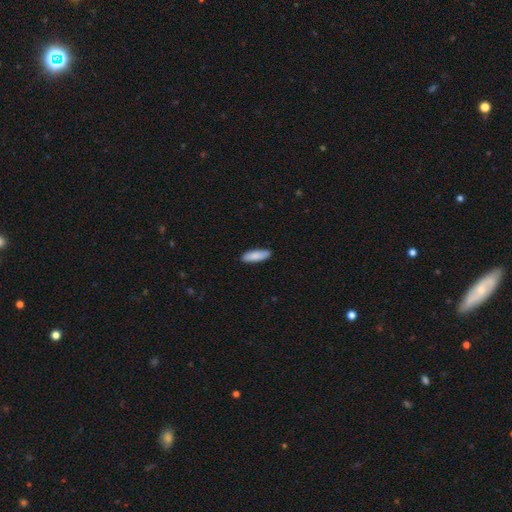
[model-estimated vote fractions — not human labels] Smooth or featured? smooth (89%)
How rounded? in between (53%)
Merging? none (89%)